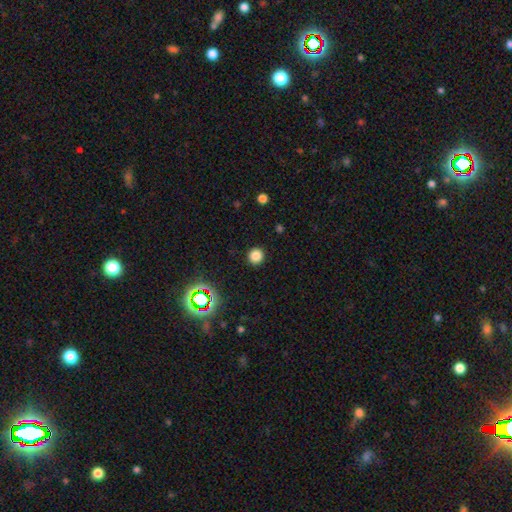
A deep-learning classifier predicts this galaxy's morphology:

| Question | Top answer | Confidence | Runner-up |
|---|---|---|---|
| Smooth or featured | smooth | 82% | star or artifact (15%) |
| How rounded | round | 95% | in between (4%) |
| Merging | none | 92% | minor disturbance (5%) |